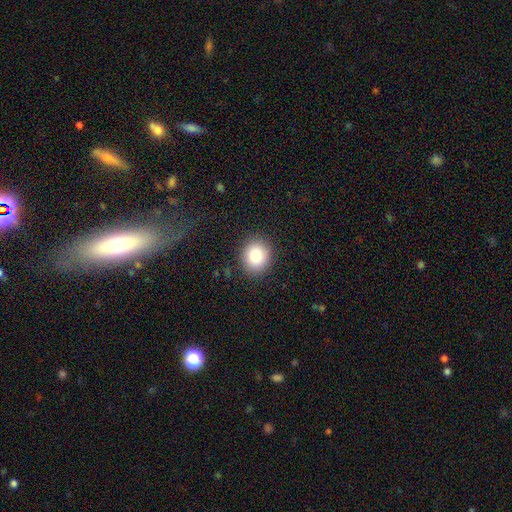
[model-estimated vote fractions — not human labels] Morphology: type=smooth (83%); roundness=round (76%); merging=none (89%).